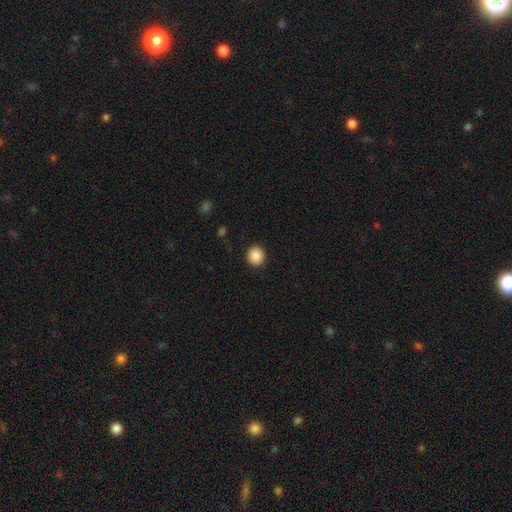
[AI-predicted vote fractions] Smooth or featured?
  - smooth: 89% *
  - star or artifact: 8%
  - featured or disk: 3%
How rounded?
  - round: 85% *
  - in between: 14%
  - cigar-shaped: 1%
Merging?
  - none: 92% *
  - minor disturbance: 6%
  - major disturbance: 2%
  - merger: 1%